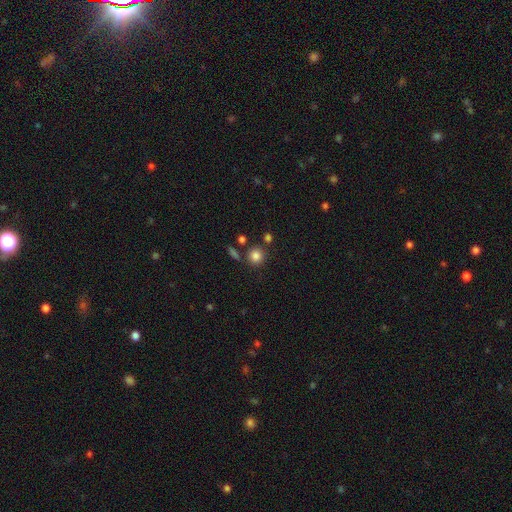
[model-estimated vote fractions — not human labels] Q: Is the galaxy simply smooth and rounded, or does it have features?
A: smooth — 83%.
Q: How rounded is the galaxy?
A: round — 90%.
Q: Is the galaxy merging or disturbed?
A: none — 78%.